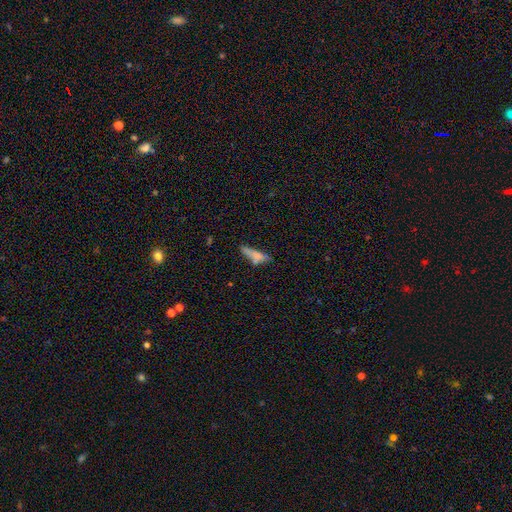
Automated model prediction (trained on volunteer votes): The model was most divided on "merging": none: 44%, minor disturbance: 23%, merger: 19%, major disturbance: 14%. More confident: how rounded — cigar-shaped (64%); smooth or featured — smooth (64%).